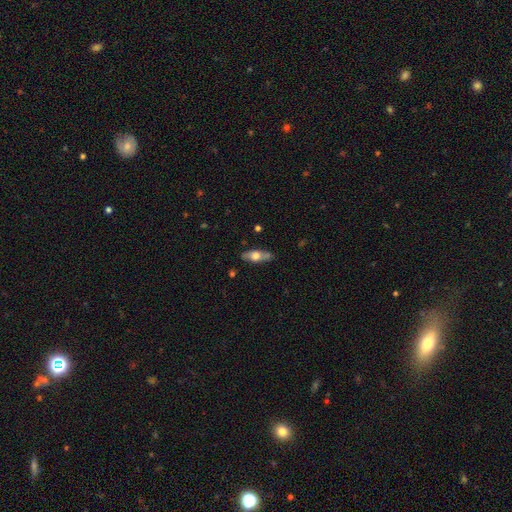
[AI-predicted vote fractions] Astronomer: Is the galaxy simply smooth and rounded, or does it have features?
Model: smooth — 50% (runner-up: featured or disk, 44%).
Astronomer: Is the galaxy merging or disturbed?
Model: none — 80%.